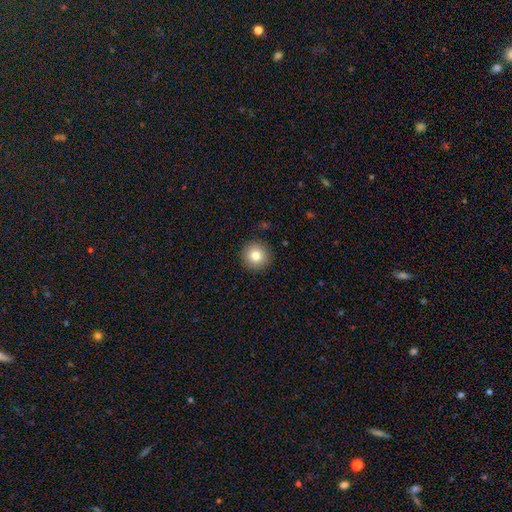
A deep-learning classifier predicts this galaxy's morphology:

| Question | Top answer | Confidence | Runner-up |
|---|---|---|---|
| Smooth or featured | smooth | 80% | star or artifact (10%) |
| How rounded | round | 96% | in between (3%) |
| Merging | none | 91% | minor disturbance (6%) |